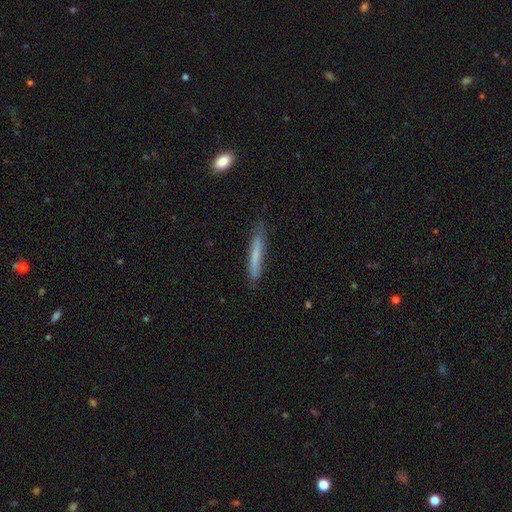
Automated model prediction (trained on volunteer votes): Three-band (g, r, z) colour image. It shows a smooth galaxy with no disk features (67%) that is cigar-shaped (95%). Merging: none (77%).